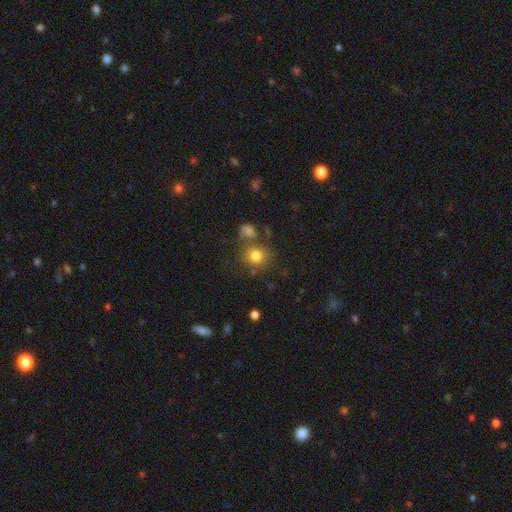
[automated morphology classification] Smooth or featured? Predicted: smooth (p=0.79). How rounded? Predicted: round (p=0.83). Merging? Predicted: none (p=0.66).